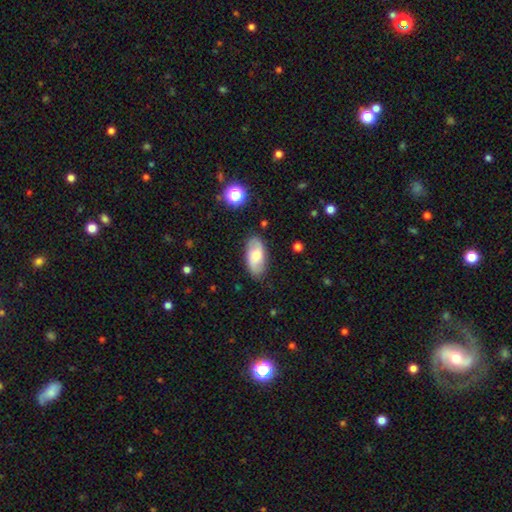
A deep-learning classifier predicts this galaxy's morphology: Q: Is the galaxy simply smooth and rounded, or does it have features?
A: smooth — 56%.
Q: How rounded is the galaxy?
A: in between — 92%.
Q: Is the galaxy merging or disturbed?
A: none — 83%.